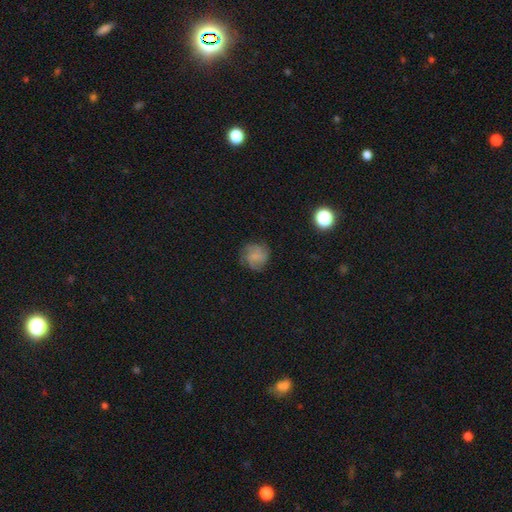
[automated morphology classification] Smooth or featured? Predicted: smooth (p=0.62). How rounded? Predicted: round (p=0.84). Merging? Predicted: none (p=0.69).